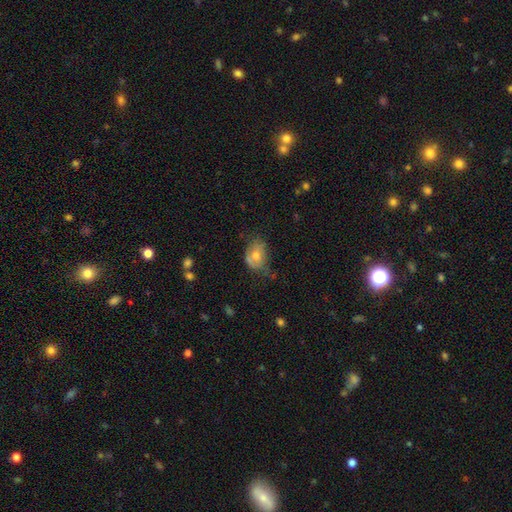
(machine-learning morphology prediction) smooth_or_featured: smooth (p=0.56) [alt: featured or disk p=0.33]
how_rounded: in between (p=0.70) [alt: round p=0.29]
merging: none (p=0.44) [alt: minor disturbance p=0.34]